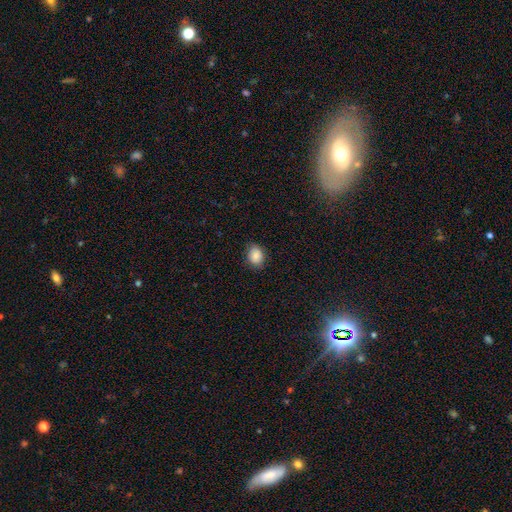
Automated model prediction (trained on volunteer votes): smooth_or_featured: smooth (p=0.83) [alt: star or artifact p=0.09]
how_rounded: in between (p=0.54) [alt: round p=0.45]
merging: none (p=0.78) [alt: minor disturbance p=0.17]